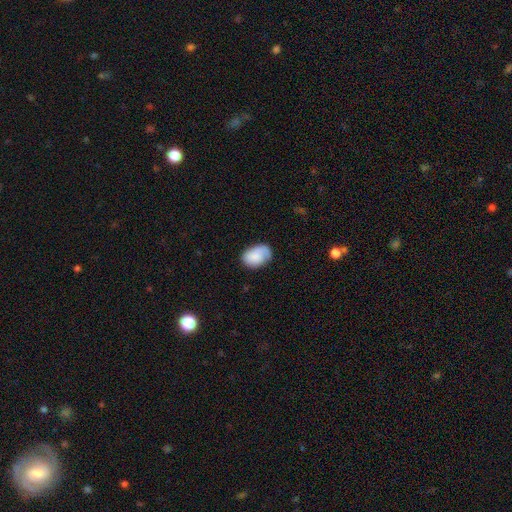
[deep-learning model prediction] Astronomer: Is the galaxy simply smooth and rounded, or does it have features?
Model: smooth — 71%.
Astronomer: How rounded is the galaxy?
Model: in between — 81%.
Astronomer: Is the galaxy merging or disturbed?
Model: none — 61%.